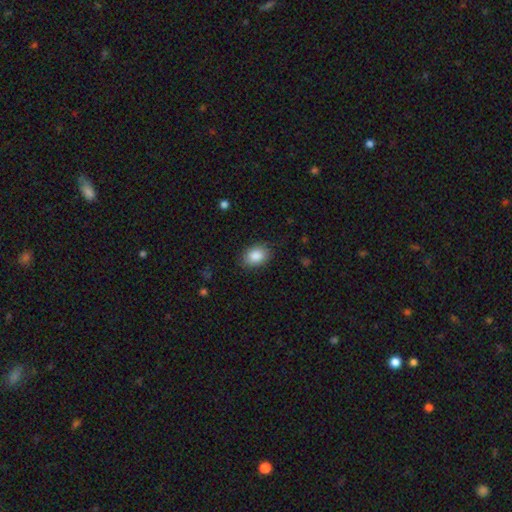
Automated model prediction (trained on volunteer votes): Smooth or featured: smooth — 87% (star or artifact — 7%)
How rounded: in between — 78% (round — 21%)
Merging: none — 83% (minor disturbance — 13%)